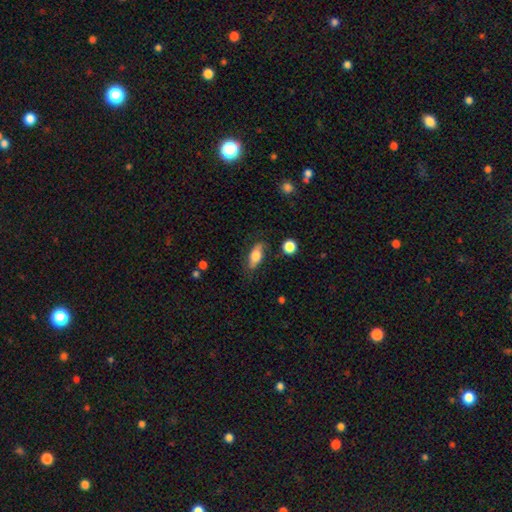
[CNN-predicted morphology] smooth 69%, featured or disk 24%, star or artifact 7%. Down the decision tree: how rounded — in between (78%); merging — none (74%).